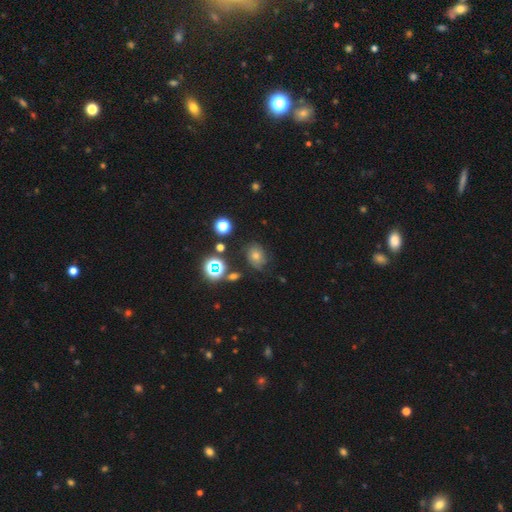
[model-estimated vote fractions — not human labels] This appears to be a smooth galaxy with no disk features (50%) that is round (57%). Merging: none (70%).